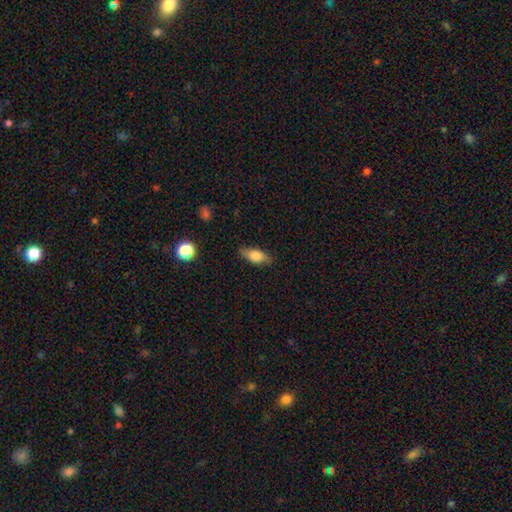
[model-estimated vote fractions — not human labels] This appears to be a smooth galaxy with no disk features (72%) that is in between round and cigar-shaped (74%). Merging: none (83%).